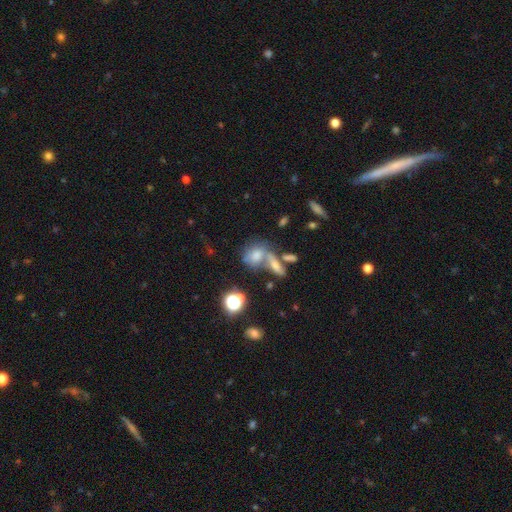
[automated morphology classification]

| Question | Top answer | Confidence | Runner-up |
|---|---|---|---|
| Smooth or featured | smooth | 60% | featured or disk (22%) |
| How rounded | in between | 49% | round (45%) |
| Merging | merger | 45% | none (34%) |